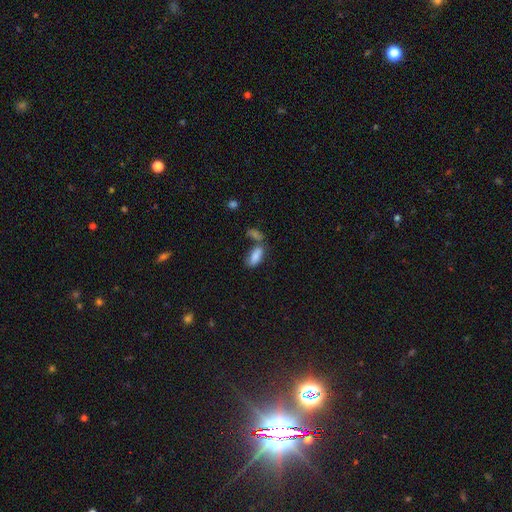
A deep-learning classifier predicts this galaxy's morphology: A smooth galaxy with no disk features (84%) that is in between round and cigar-shaped (88%).

Vote fractions:
- Smooth or featured? smooth: 84% / featured or disk: 8% / star or artifact: 8%
- How rounded? in between: 88% / cigar-shaped: 10% / round: 3%
- Merging? none: 40% / merger: 39% / minor disturbance: 14% / major disturbance: 7%